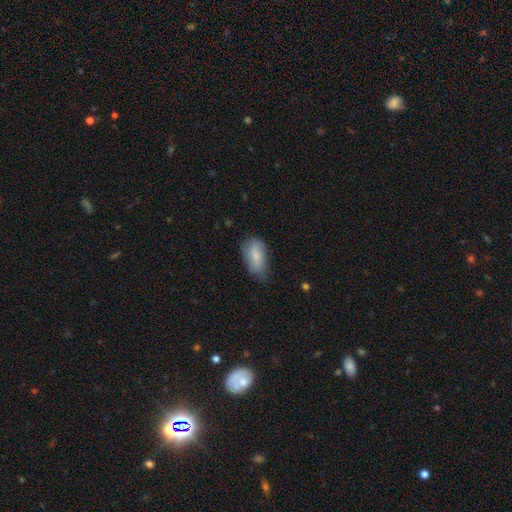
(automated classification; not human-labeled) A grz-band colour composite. It shows a smooth galaxy with no disk features (77%) that is in between round and cigar-shaped (91%). Merging: none (60%).